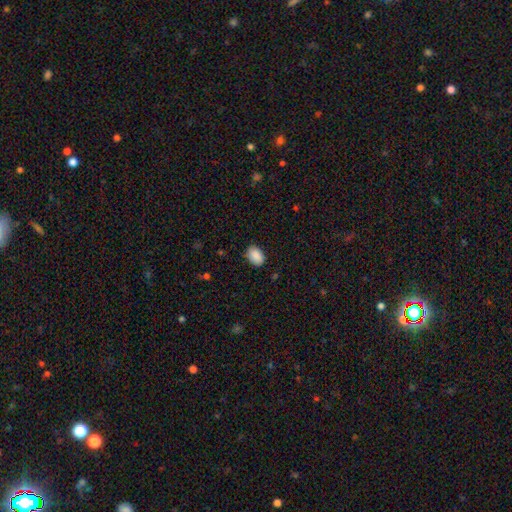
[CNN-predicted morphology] The model was most divided on "how rounded": in between: 85%, round: 14%, cigar-shaped: 1%. More confident: smooth or featured — smooth (90%); merging — none (86%).